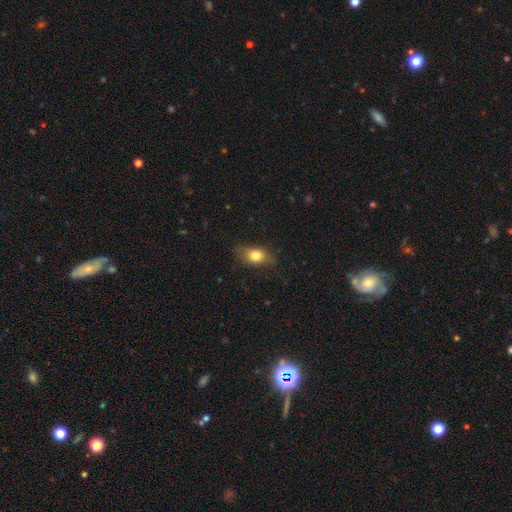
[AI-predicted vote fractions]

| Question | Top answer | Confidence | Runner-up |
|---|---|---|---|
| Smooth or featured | smooth | 76% | featured or disk (15%) |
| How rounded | in between | 75% | round (18%) |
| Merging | none | 76% | minor disturbance (19%) |